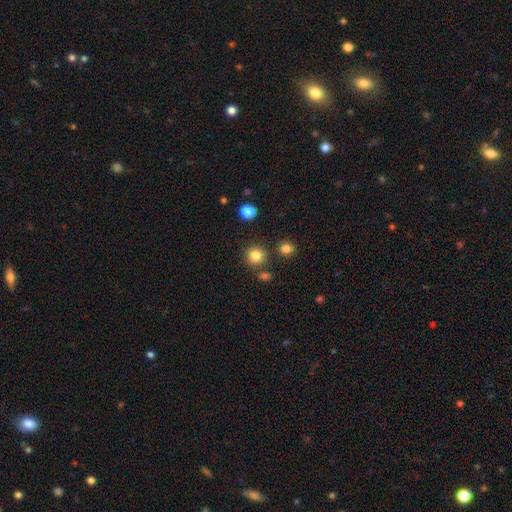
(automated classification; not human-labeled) Smooth or featured? Predicted: smooth (p=0.82). How rounded? Predicted: round (p=0.93). Merging? Predicted: none (p=0.84).